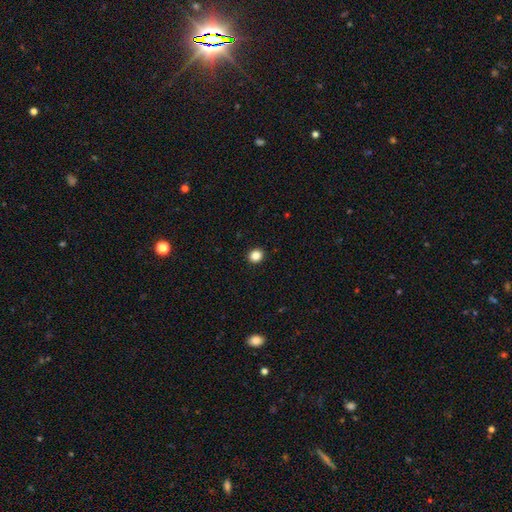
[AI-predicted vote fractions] Smooth or featured?
  - smooth: 86% *
  - star or artifact: 11%
  - featured or disk: 3%
How rounded?
  - round: 77% *
  - in between: 22%
  - cigar-shaped: 1%
Merging?
  - none: 93% *
  - minor disturbance: 5%
  - major disturbance: 2%
  - merger: 1%